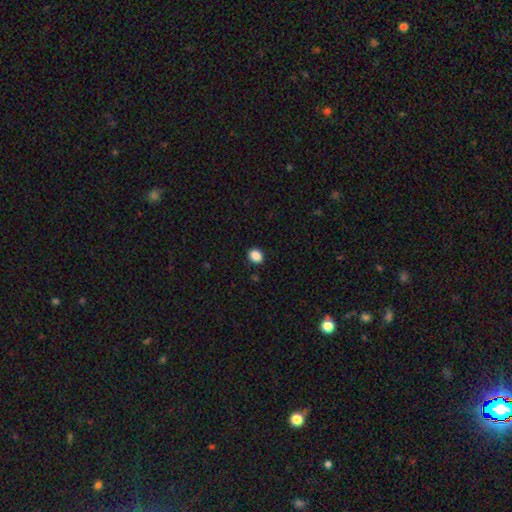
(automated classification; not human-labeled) Smooth or featured? Predicted: smooth (p=0.88). How rounded? Predicted: round (p=0.58). Merging? Predicted: none (p=0.89).